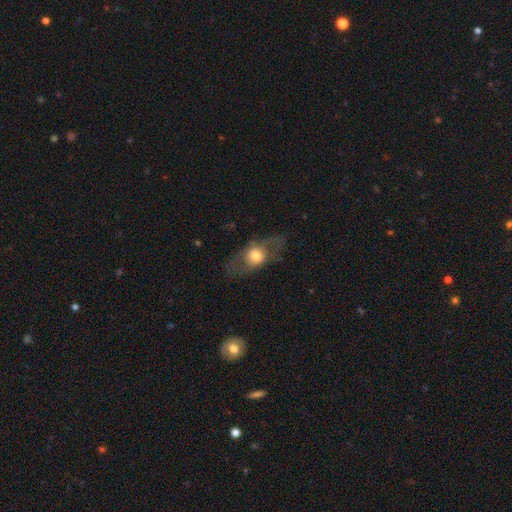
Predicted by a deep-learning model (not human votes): smooth-or-featured: smooth: 51% | featured or disk: 41% | star or artifact: 8%
  how-rounded: in between: 48% | round: 47% | cigar-shaped: 5%
  merging: none: 68% | minor disturbance: 16% | major disturbance: 15% | merger: 1%